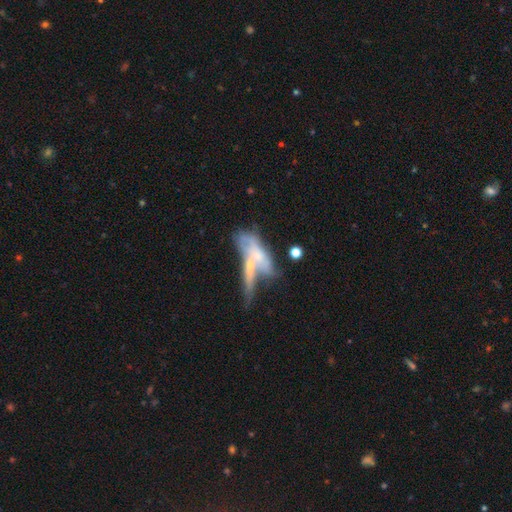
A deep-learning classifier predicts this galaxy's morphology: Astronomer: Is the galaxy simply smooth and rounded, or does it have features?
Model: featured or disk — 57% (runner-up: smooth, 34%).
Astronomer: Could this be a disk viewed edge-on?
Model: no — 63%.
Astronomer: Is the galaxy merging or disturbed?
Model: merger — 55%.